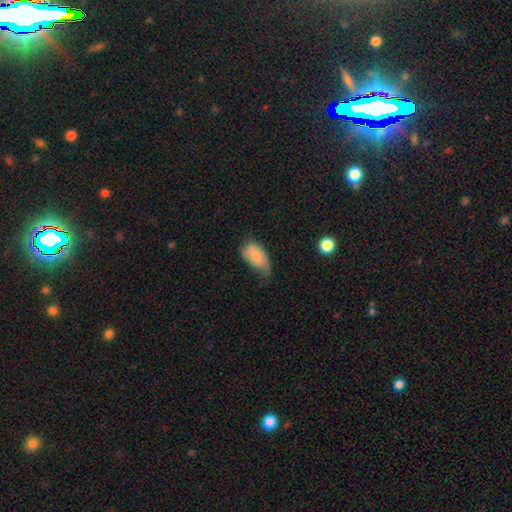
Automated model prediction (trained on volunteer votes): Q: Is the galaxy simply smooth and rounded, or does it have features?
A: smooth — 77%.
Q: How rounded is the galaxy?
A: in between — 94%.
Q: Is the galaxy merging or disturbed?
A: minor disturbance — 44%.